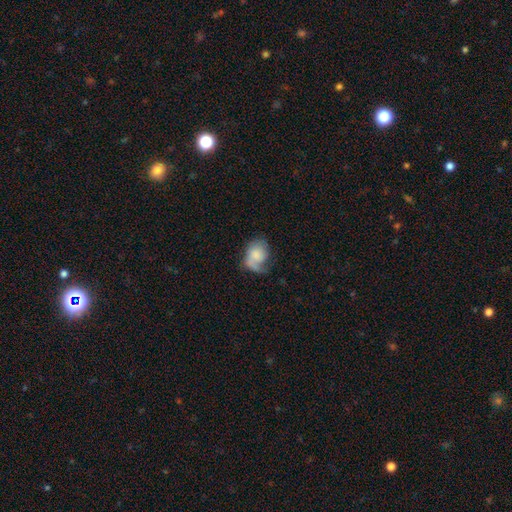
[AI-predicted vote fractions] smooth-or-featured: featured or disk: 49% | smooth: 44% | star or artifact: 7%
  merging: none: 41% | major disturbance: 28% | minor disturbance: 27% | merger: 3%